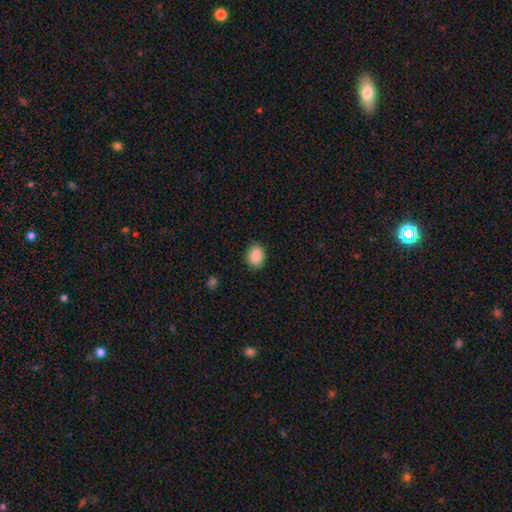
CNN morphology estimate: This appears to be a smooth galaxy with no disk features (88%) that is in between round and cigar-shaped (66%). Merging: none (87%).